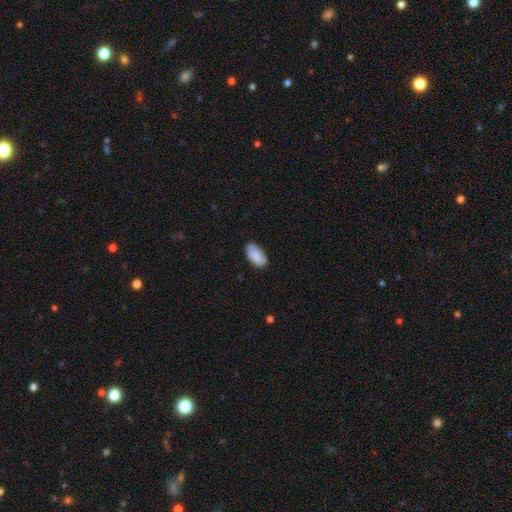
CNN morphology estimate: smooth-or-featured: smooth: 87% | star or artifact: 7% | featured or disk: 6%
  how-rounded: in between: 94% | cigar-shaped: 4% | round: 2%
  merging: none: 78% | minor disturbance: 17% | major disturbance: 3% | merger: 1%